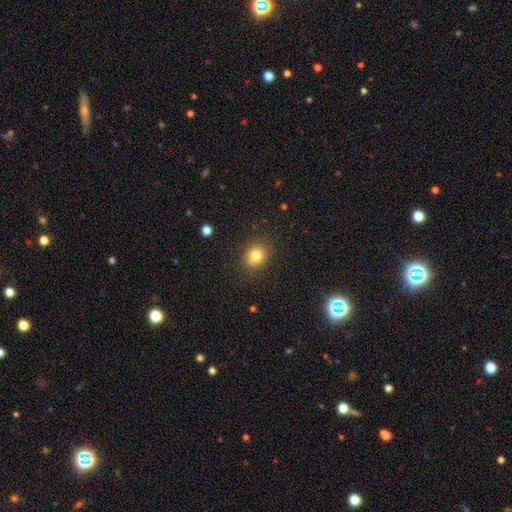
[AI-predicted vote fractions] smooth 81%, star or artifact 11%, featured or disk 8%. Down the decision tree: how rounded — round (65%); merging — none (85%).